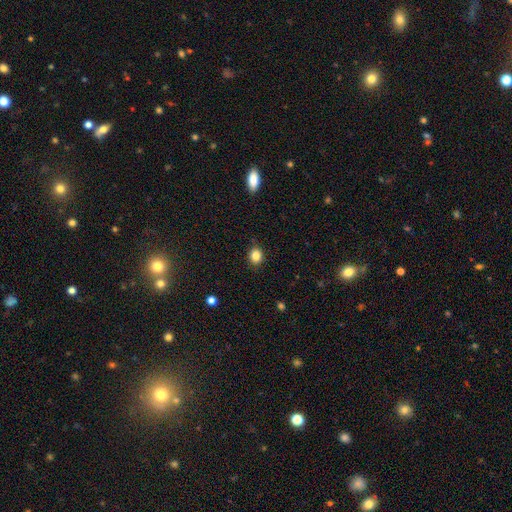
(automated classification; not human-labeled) smooth_or_featured: smooth (p=0.85) [alt: star or artifact p=0.11]
how_rounded: round (p=0.65) [alt: in between p=0.34]
merging: none (p=0.84) [alt: minor disturbance p=0.12]